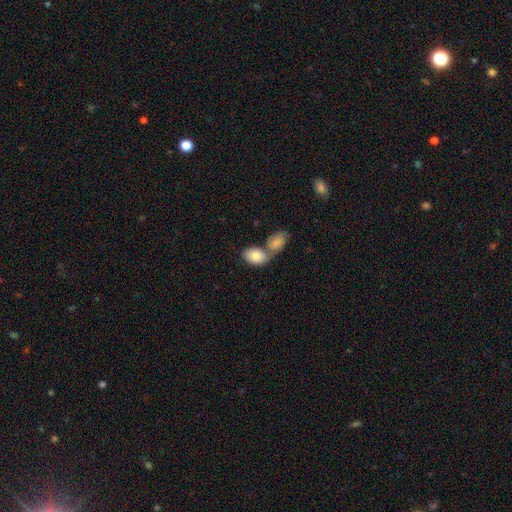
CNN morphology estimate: Overall: smooth (80%). How rounded: in between (90%). Merging: merger (59%; none 28%).